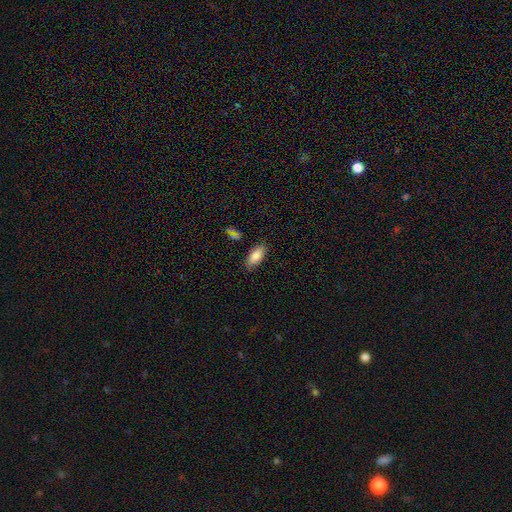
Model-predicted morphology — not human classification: A smooth galaxy with no disk features (81%) that is in between round and cigar-shaped (85%).

Vote fractions:
- Smooth or featured? smooth: 81% / featured or disk: 12% / star or artifact: 7%
- How rounded? in between: 85% / cigar-shaped: 13% / round: 2%
- Merging? none: 83% / minor disturbance: 12% / merger: 3% / major disturbance: 2%